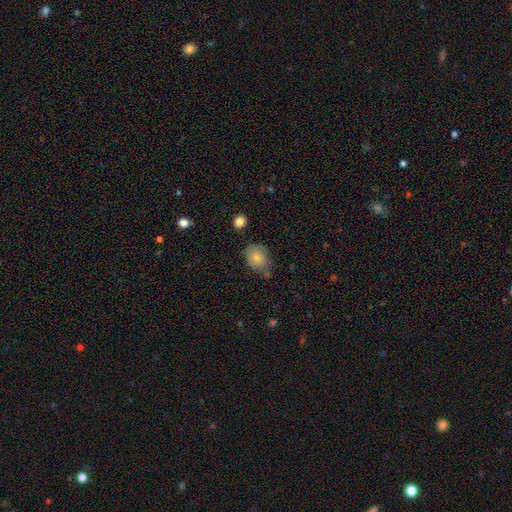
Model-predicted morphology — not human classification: Overall: smooth (81%). How rounded: in between (61%; round 38%). Merging: none (58%; minor disturbance 30%).